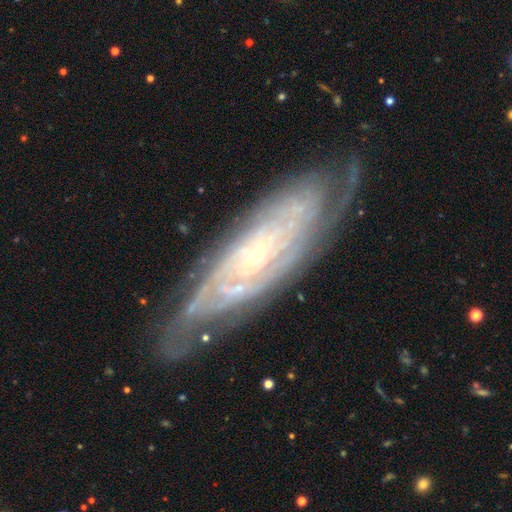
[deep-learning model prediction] smooth-or-featured: featured or disk: 88% | smooth: 7% | star or artifact: 6%
  disk-edge-on: no: 84% | yes: 16%
    bar: no: 67% | weak: 24% | strong: 10%
    has-spiral-arms: yes: 97% | no: 3%
      spiral-winding: tight: 80% | medium: 17% | loose: 3%
      spiral-arm-count: can't tell: 39% | 2: 16% | 4: 15% | 3: 13% | more than 4: 11% | 1: 6%
    bulge-size: small: 82% | moderate: 13% | none: 3% | large: 1% | dominant: 1%
  merging: none: 76% | minor disturbance: 18% | major disturbance: 5% | merger: 2%